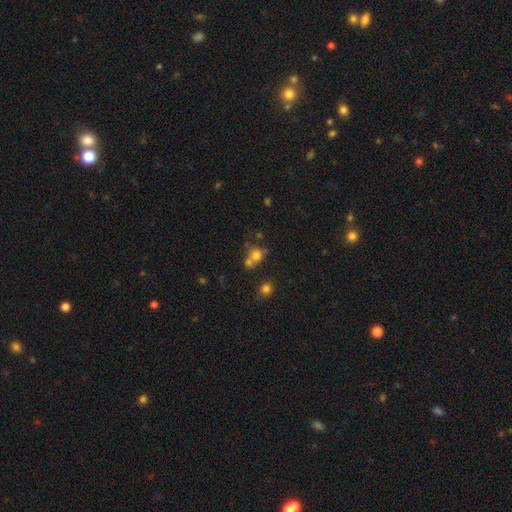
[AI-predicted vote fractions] This is likely a smooth galaxy (71%). How rounded: clearly round (80%). Merging: marginally none (43%).